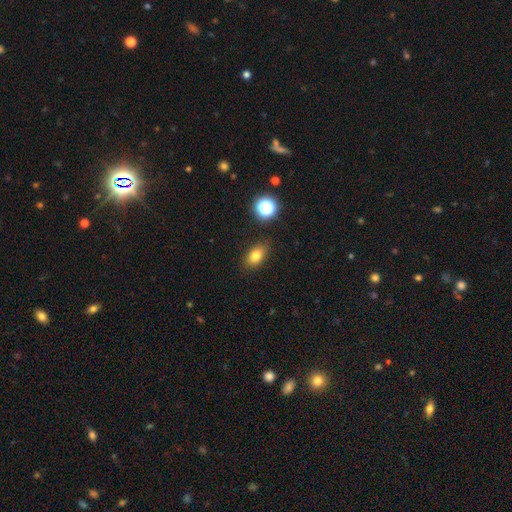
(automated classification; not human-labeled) Smooth or featured? smooth (78%)
How rounded? in between (80%)
Merging? none (84%)